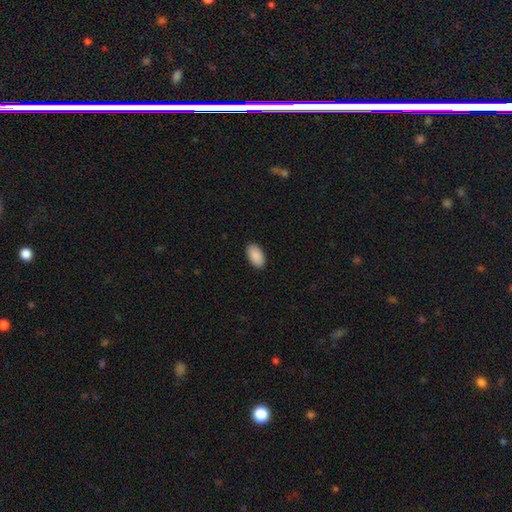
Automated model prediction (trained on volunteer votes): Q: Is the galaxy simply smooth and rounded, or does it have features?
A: smooth — 91%.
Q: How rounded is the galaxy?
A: in between — 96%.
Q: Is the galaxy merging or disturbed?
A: none — 90%.